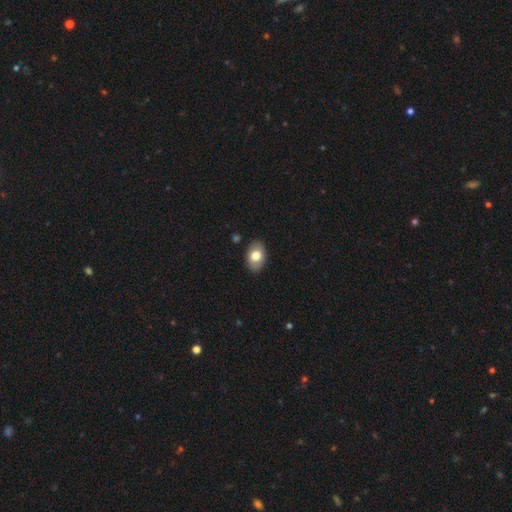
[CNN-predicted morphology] smooth-or-featured: smooth: 74% | featured or disk: 19% | star or artifact: 7%
  how-rounded: in between: 87% | round: 12% | cigar-shaped: 1%
  merging: none: 87% | minor disturbance: 10% | major disturbance: 2% | merger: 1%